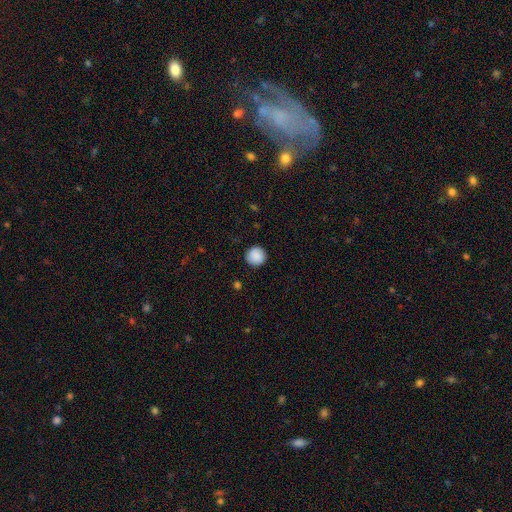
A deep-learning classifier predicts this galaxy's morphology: The model was most divided on "smooth or featured": smooth: 89%, star or artifact: 8%, featured or disk: 2%. More confident: how rounded — round (95%); merging — none (92%).